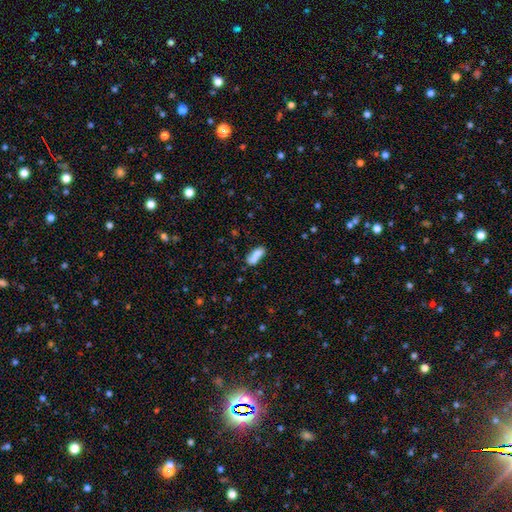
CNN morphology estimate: type=smooth (79%); roundness=in between (73%); merging=none (49%).